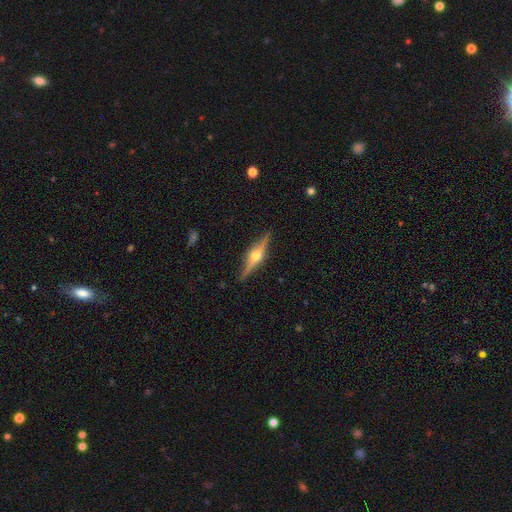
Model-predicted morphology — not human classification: This appears to be a featured or disk galaxy (81%) viewed edge-on (98%) with a rounded central bulge (95%). Merging: none (89%).